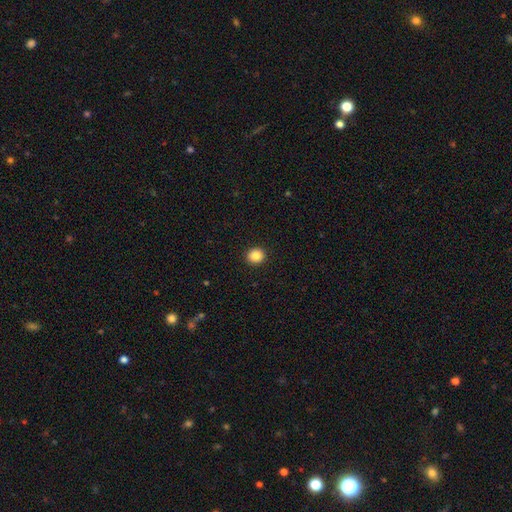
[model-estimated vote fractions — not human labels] smooth 87%, star or artifact 10%, featured or disk 4%. Down the decision tree: how rounded — round (85%); merging — none (92%).